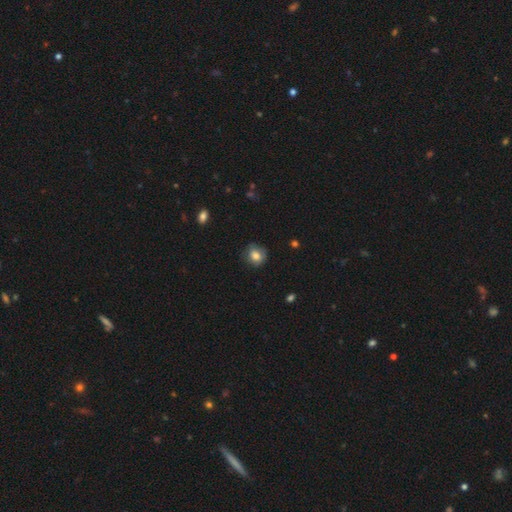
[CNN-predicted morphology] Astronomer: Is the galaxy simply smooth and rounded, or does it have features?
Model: smooth — 78%.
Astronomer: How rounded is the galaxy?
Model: round — 78%.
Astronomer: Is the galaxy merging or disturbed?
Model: none — 73%.